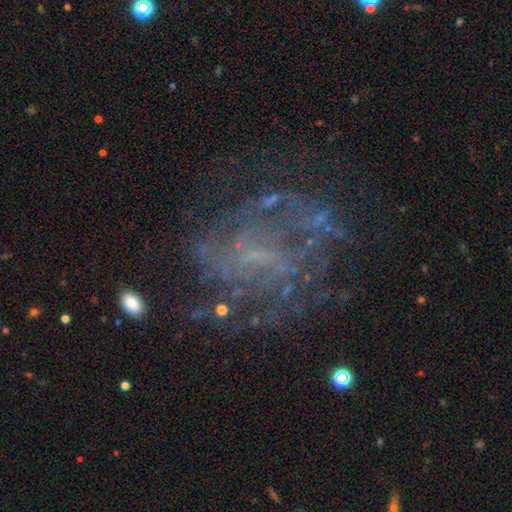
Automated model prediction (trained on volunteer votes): The model was most divided on "bar": weak: 45%, no: 43%, strong: 12%. Remaining: edge-on disk — no (98%); smooth or featured — featured or disk (75%); spiral arms — yes (75%); merging — none (61%); spiral arm count — can't tell (53%); bulge size — none (46%); spiral winding — tight (42%).